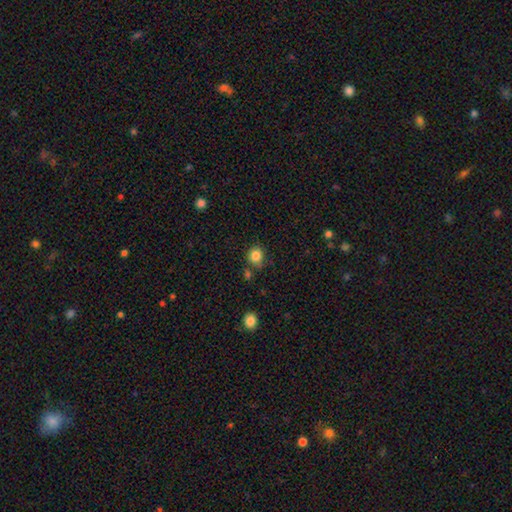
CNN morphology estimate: Overall: smooth (85%). How rounded: round (84%). Merging: none (78%).